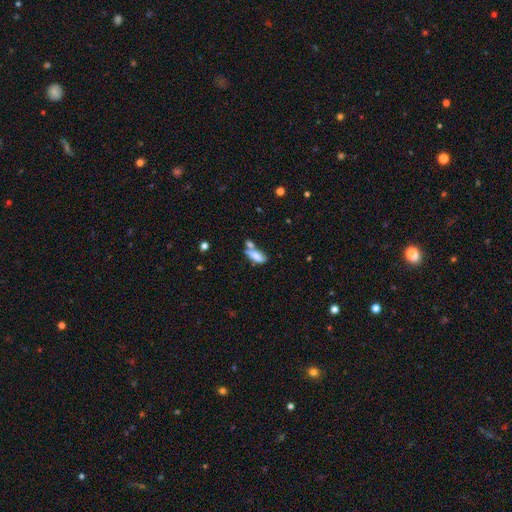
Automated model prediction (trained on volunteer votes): This is likely a smooth galaxy (73%). How rounded: likely in between (70%). Merging: marginally merger (38%).